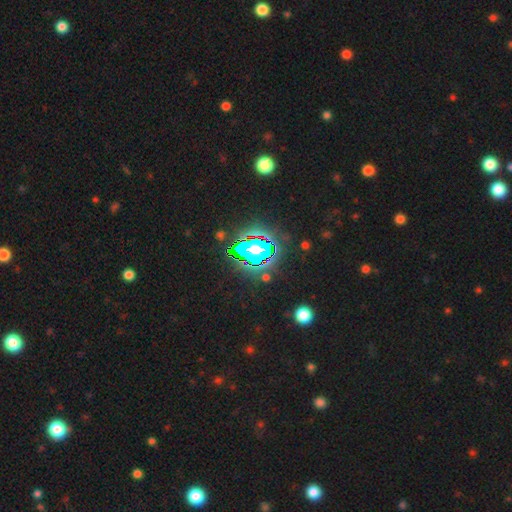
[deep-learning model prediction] star or artifact 80%, smooth 12%, featured or disk 8%.